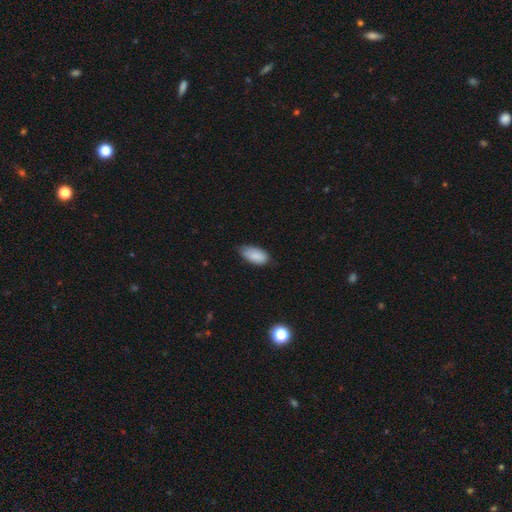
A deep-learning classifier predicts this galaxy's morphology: This appears to be a smooth galaxy with no disk features (87%) that is in between round and cigar-shaped (93%). Merging: none (63%).